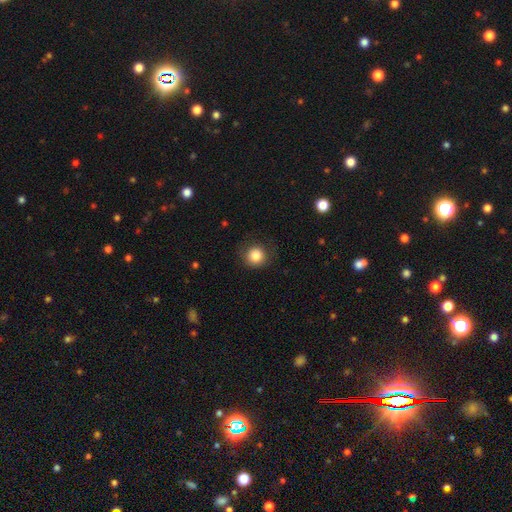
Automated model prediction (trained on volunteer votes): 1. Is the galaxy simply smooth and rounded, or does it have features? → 83% smooth, 10% star or artifact, 7% featured or disk.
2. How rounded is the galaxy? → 92% round, 7% in between, 1% cigar-shaped.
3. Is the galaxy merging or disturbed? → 81% none, 13% minor disturbance, 5% major disturbance, 1% merger.